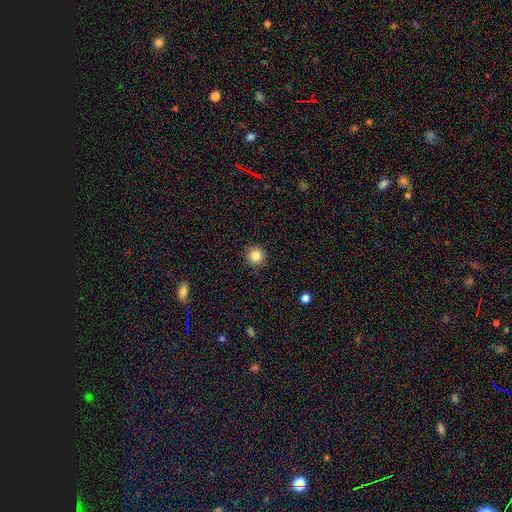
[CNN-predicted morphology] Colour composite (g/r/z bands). It shows a smooth galaxy with no disk features (84%) that is round (95%). Merging: none (93%).